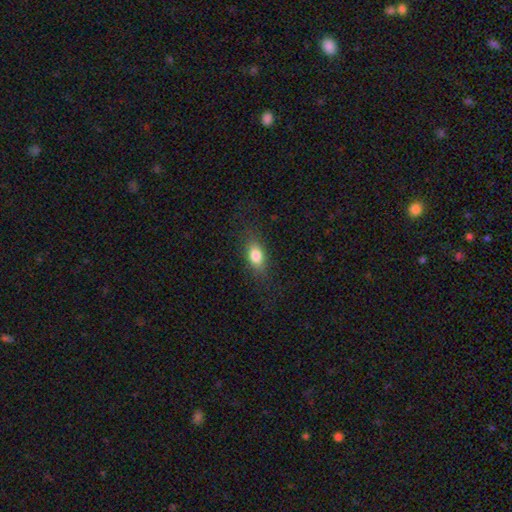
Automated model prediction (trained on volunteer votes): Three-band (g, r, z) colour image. It shows a smooth galaxy with no disk features (80%) that is in between round and cigar-shaped (81%). Merging: none (81%).